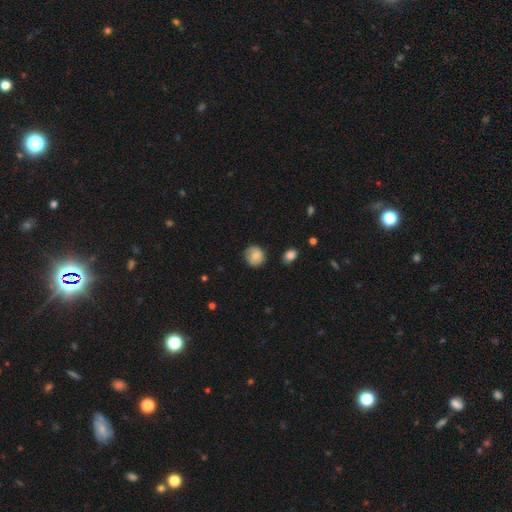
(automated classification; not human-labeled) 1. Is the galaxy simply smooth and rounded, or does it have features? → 74% smooth, 19% featured or disk, 8% star or artifact.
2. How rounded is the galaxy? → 85% round, 15% in between, 1% cigar-shaped.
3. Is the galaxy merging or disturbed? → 75% none, 19% minor disturbance, 4% major disturbance, 2% merger.